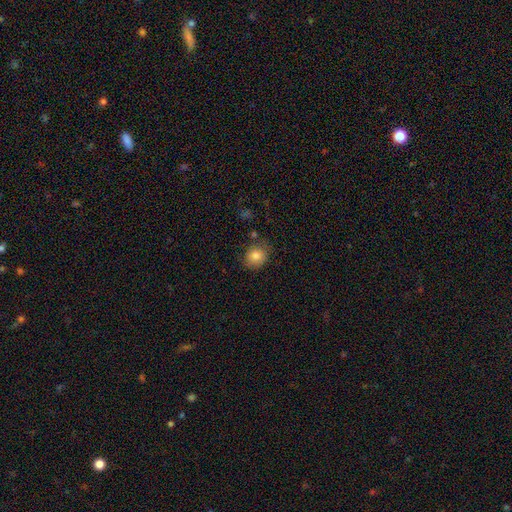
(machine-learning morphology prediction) smooth-or-featured: smooth: 82% | star or artifact: 9% | featured or disk: 9%
  how-rounded: round: 71% | in between: 28% | cigar-shaped: 1%
  merging: none: 73% | minor disturbance: 19% | major disturbance: 5% | merger: 4%